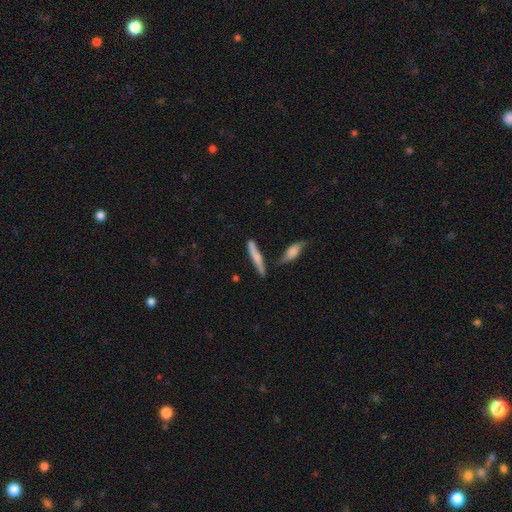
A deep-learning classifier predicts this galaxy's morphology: smooth_or_featured: smooth (p=0.61) [alt: featured or disk p=0.32]
how_rounded: cigar-shaped (p=0.89) [alt: in between p=0.09]
merging: none (p=0.59) [alt: minor disturbance p=0.18]